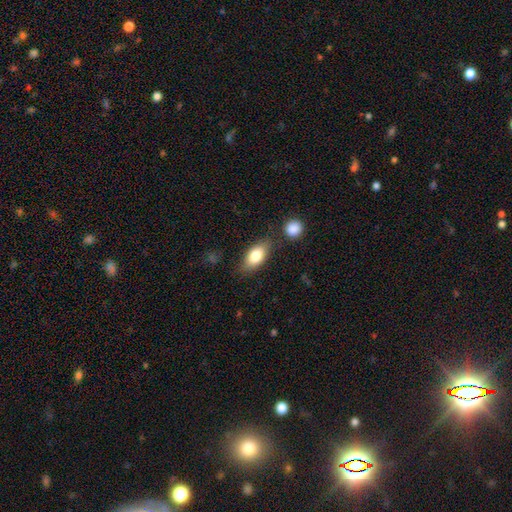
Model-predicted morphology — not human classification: smooth-or-featured: smooth: 79% | featured or disk: 14% | star or artifact: 7%
  how-rounded: in between: 86% | cigar-shaped: 8% | round: 6%
  merging: none: 75% | minor disturbance: 15% | merger: 6% | major disturbance: 4%